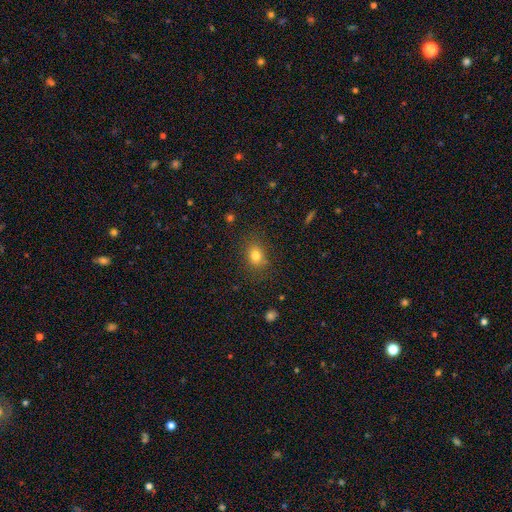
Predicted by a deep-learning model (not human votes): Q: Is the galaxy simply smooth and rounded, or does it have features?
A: smooth — 79%.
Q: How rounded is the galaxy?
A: in between — 59%.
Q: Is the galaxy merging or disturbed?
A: none — 80%.